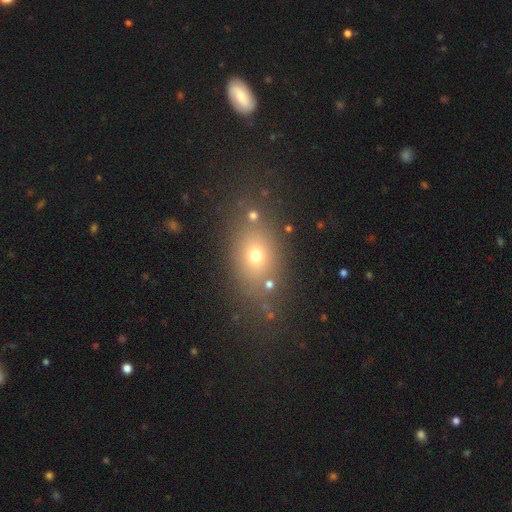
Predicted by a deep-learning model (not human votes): Q: Smooth or featured?
A: smooth (67%); runner-up: star or artifact (19%)
Q: How rounded?
A: in between (67%); runner-up: round (31%)
Q: Merging?
A: none (76%); runner-up: minor disturbance (13%)